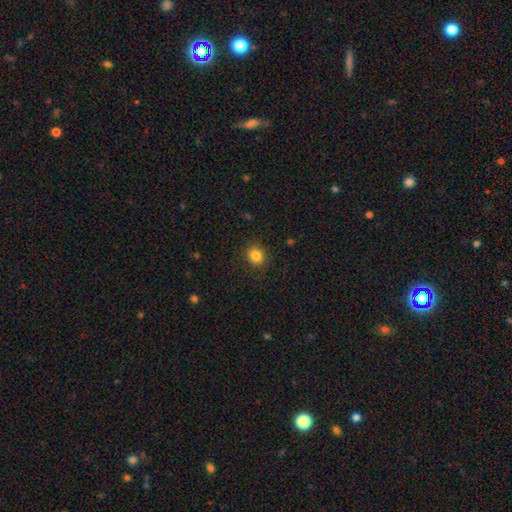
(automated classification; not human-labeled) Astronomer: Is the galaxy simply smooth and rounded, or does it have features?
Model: smooth — 85%.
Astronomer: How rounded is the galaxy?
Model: round — 74%.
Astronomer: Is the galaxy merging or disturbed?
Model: none — 89%.